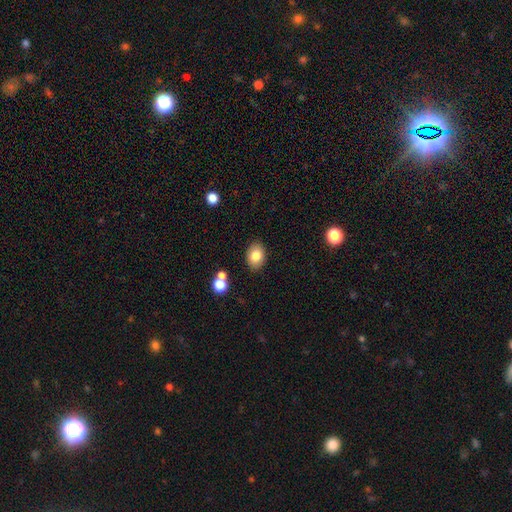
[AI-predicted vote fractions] A smooth galaxy with no disk features (82%) that is in between round and cigar-shaped (75%).

Vote fractions:
- Smooth or featured? smooth: 82% / featured or disk: 9% / star or artifact: 9%
- How rounded? in between: 75% / round: 24% / cigar-shaped: 1%
- Merging? none: 86% / minor disturbance: 9% / merger: 3% / major disturbance: 2%